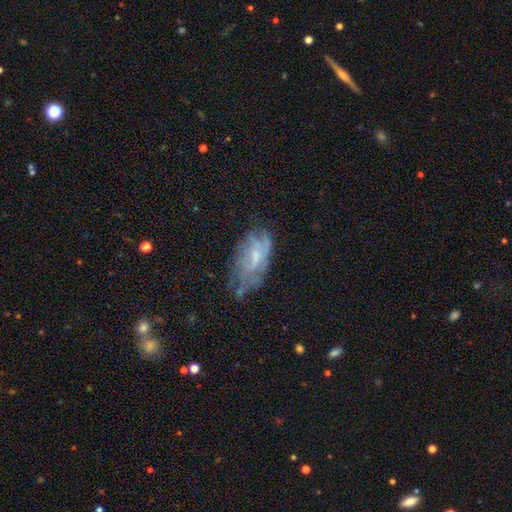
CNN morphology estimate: A featured or disk galaxy (62%) with no bar (47%), spiral arms (72%) and a small central bulge (53%). Merging: none (53%).